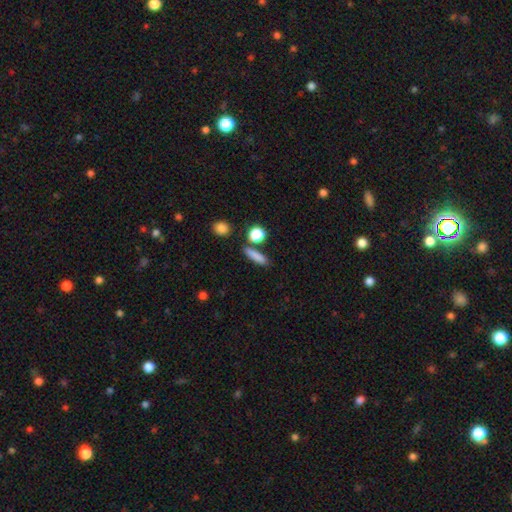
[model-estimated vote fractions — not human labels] A smooth galaxy with no disk features (83%) that is cigar-shaped (64%). Merging: none (80%).